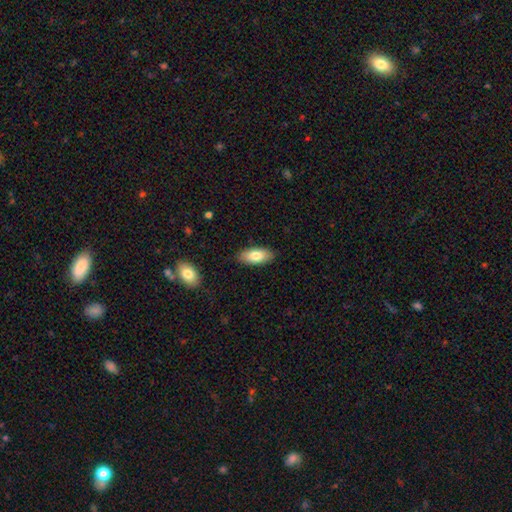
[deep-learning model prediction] Smooth or featured? Predicted: smooth (p=0.79). How rounded? Predicted: in between (p=0.90). Merging? Predicted: none (p=0.87).